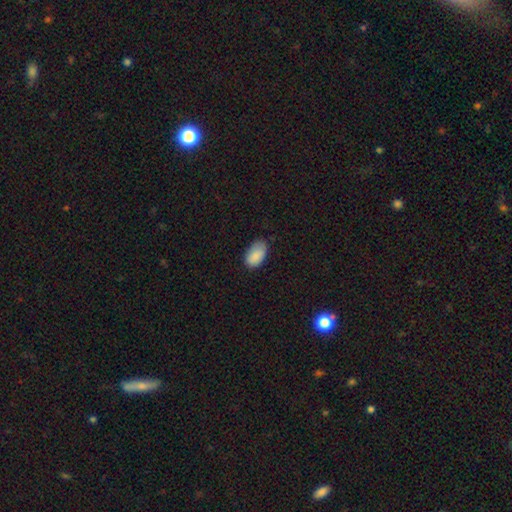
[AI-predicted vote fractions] Smooth or featured? smooth (88%)
How rounded? in between (93%)
Merging? none (71%)